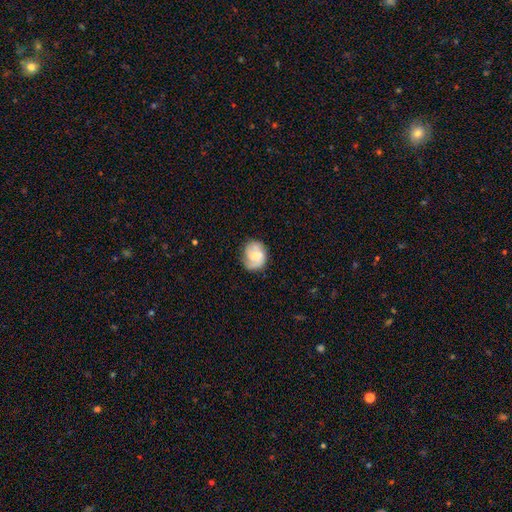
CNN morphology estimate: This is possibly a featured or disk galaxy (58%). It is clearly not viewed edge-on (98%). Bar: possibly no (51%). Spiral arm pattern: clearly yes (88%). Central bulge: possibly small (47%). Merging: likely none (68%).